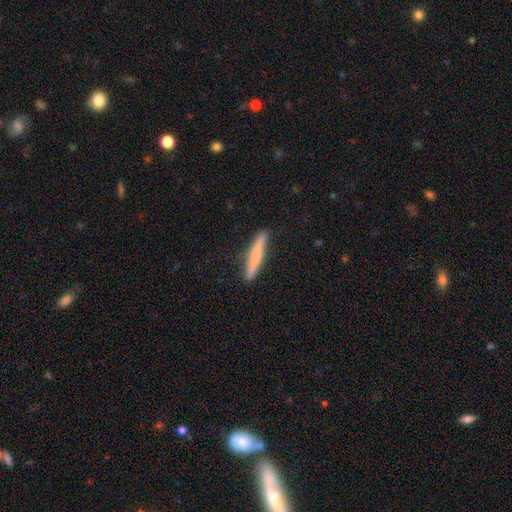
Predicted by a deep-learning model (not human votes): smooth 67%, featured or disk 28%, star or artifact 6%. Down the decision tree: how rounded — cigar-shaped (95%); merging — none (89%).